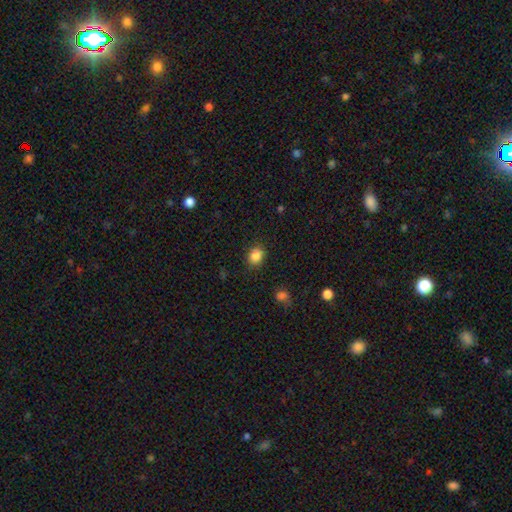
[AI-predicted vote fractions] Smooth or featured? smooth (85%)
How rounded? round (58%)
Merging? none (86%)